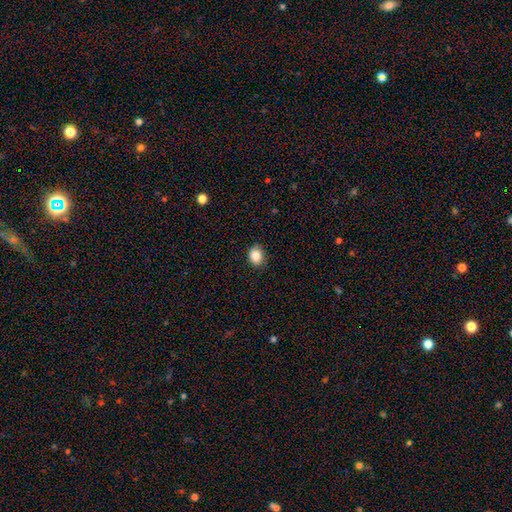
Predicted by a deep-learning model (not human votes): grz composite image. It shows a smooth galaxy with no disk features (88%) that is round (54%). Merging: none (84%).